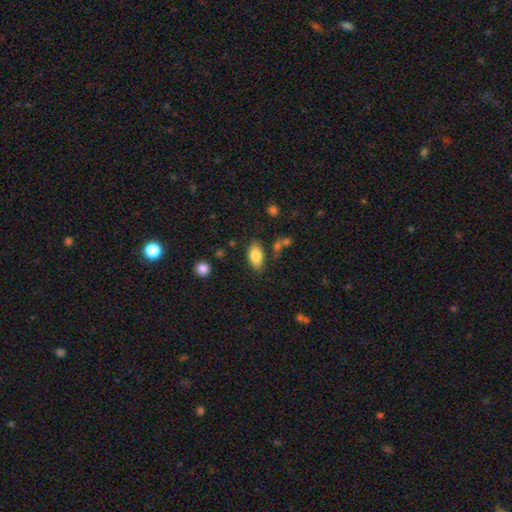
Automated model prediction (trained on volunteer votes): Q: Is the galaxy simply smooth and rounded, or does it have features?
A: smooth — 82%.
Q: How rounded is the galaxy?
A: in between — 92%.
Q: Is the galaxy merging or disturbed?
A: none — 76%.